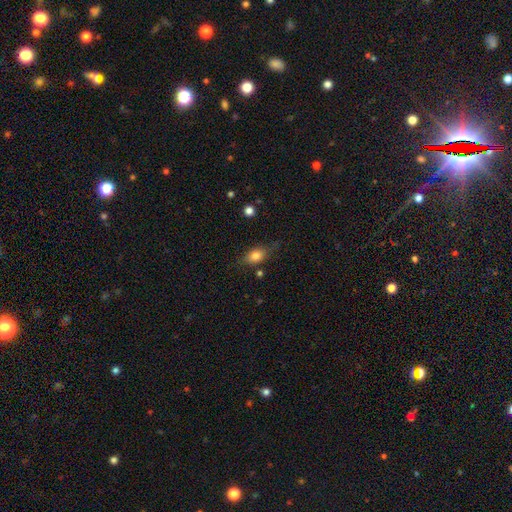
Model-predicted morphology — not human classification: Smooth or featured?
  - smooth: 78% *
  - featured or disk: 13%
  - star or artifact: 9%
How rounded?
  - in between: 76% *
  - round: 18%
  - cigar-shaped: 5%
Merging?
  - none: 69% *
  - minor disturbance: 22%
  - major disturbance: 7%
  - merger: 3%